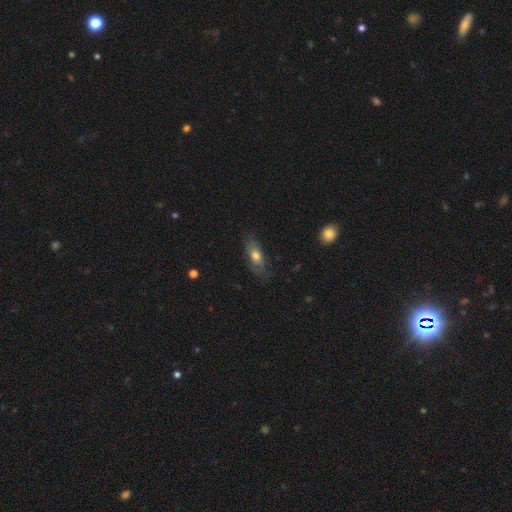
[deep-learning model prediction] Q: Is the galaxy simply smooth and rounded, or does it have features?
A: smooth — 58%.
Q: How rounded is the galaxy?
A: in between — 77%.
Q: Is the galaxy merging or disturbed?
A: none — 68%.